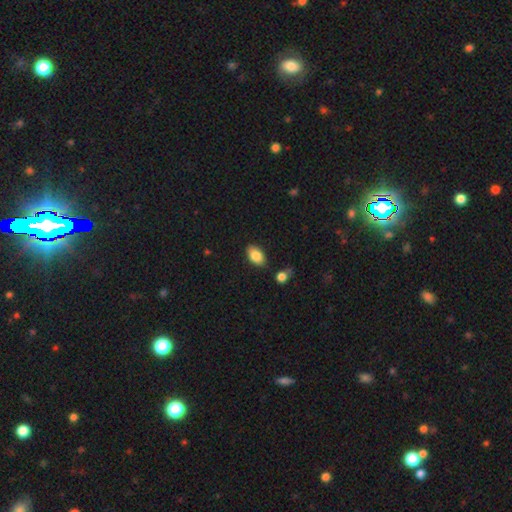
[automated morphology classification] This appears to be a smooth galaxy with no disk features (85%) that is in between round and cigar-shaped (92%). Merging: none (82%).